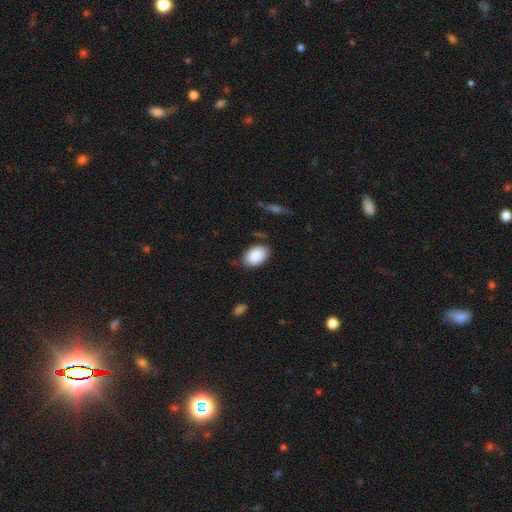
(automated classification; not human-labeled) The model was most divided on "merging": none: 75%, minor disturbance: 18%, major disturbance: 4%, merger: 2%. More confident: smooth or featured — smooth (86%); how rounded — in between (85%).